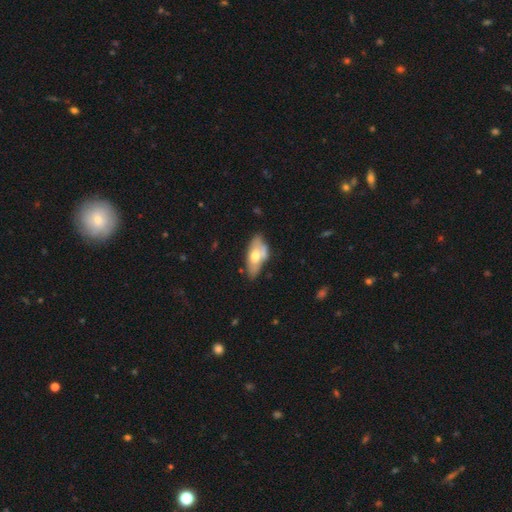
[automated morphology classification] A smooth galaxy with no disk features (53%) that is in between round and cigar-shaped (87%).

Vote fractions:
- Smooth or featured? smooth: 53% / featured or disk: 41% / star or artifact: 6%
- How rounded? in between: 87% / cigar-shaped: 10% / round: 3%
- Merging? none: 48% / minor disturbance: 27% / merger: 16% / major disturbance: 9%